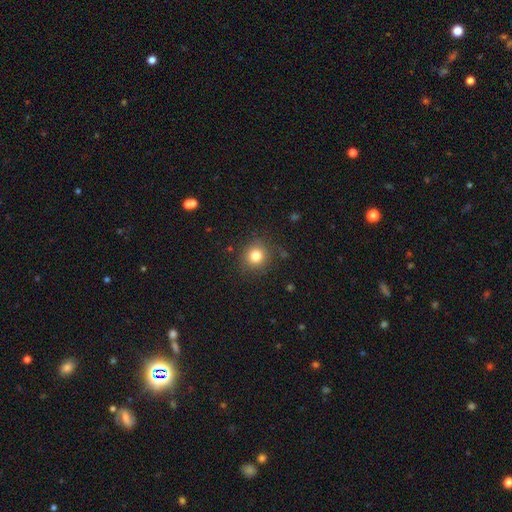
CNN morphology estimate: Q: Smooth or featured?
A: smooth (81%); runner-up: star or artifact (12%)
Q: How rounded?
A: round (89%); runner-up: in between (10%)
Q: Merging?
A: none (85%); runner-up: minor disturbance (10%)